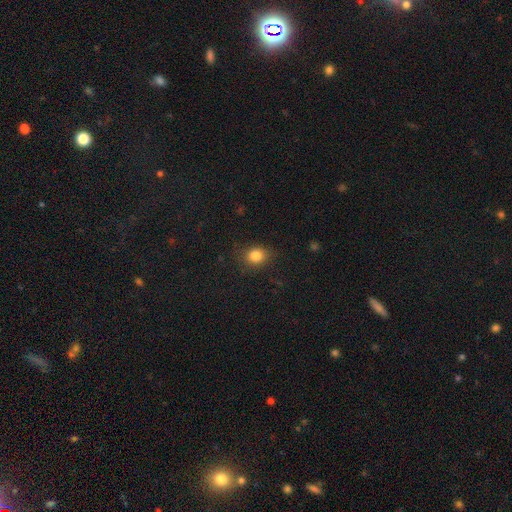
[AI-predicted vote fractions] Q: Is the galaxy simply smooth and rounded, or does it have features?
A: smooth — 83%.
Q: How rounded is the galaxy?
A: round — 61%.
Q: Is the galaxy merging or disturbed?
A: none — 81%.